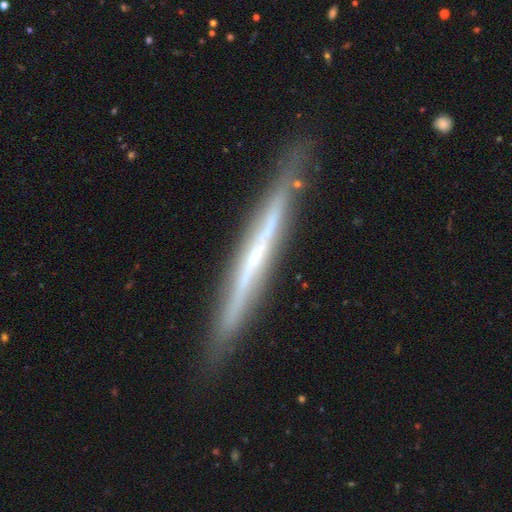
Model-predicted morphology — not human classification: smooth_or_featured: featured or disk (p=0.78) [alt: smooth p=0.16]
disk_edge_on: yes (p=0.95) [alt: no p=0.05]
edge_on_bulge: none (p=0.55) [alt: rounded p=0.40]
merging: none (p=0.85) [alt: minor disturbance p=0.12]